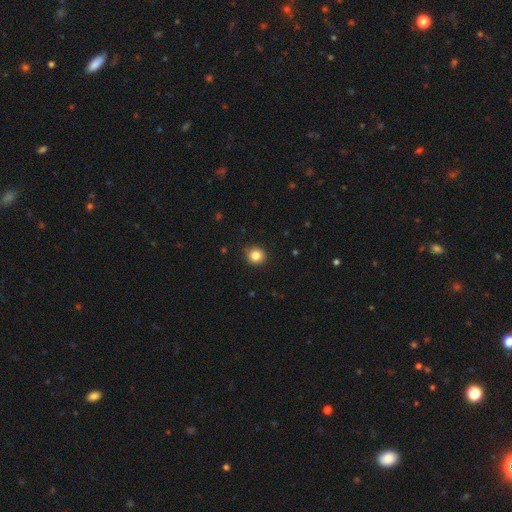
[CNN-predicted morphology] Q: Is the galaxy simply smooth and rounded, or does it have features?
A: smooth — 85%.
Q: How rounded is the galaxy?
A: round — 92%.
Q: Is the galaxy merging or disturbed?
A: none — 90%.